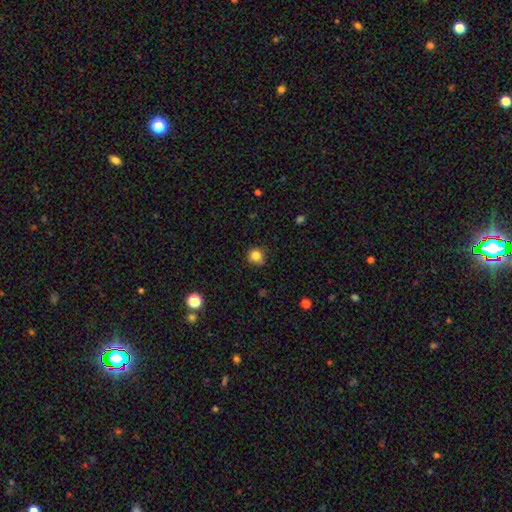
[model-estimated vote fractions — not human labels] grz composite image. It shows a smooth galaxy with no disk features (82%) that is round (85%). Merging: none (78%).